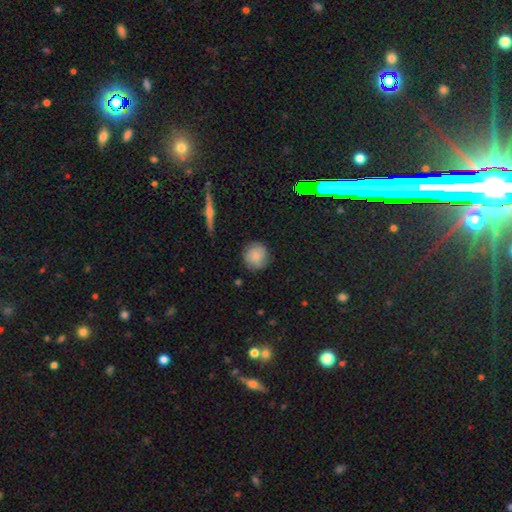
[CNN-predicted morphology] Smooth or featured: smooth — 75% (featured or disk — 16%)
How rounded: round — 91% (in between — 8%)
Merging: none — 82% (minor disturbance — 13%)